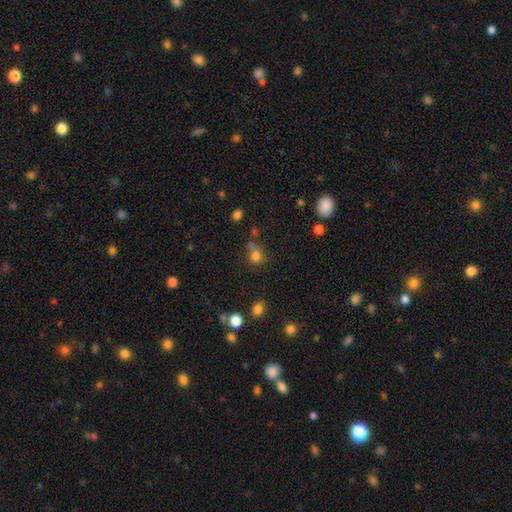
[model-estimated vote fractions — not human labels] smooth_or_featured: smooth (p=0.77) [alt: star or artifact p=0.15]
how_rounded: round (p=0.82) [alt: in between p=0.17]
merging: none (p=0.55) [alt: merger p=0.19]